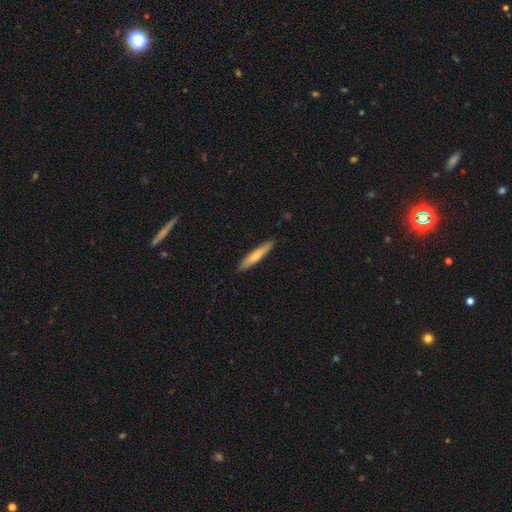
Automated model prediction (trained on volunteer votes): Overall: smooth (68%). How rounded: cigar-shaped (91%). Merging: none (90%).